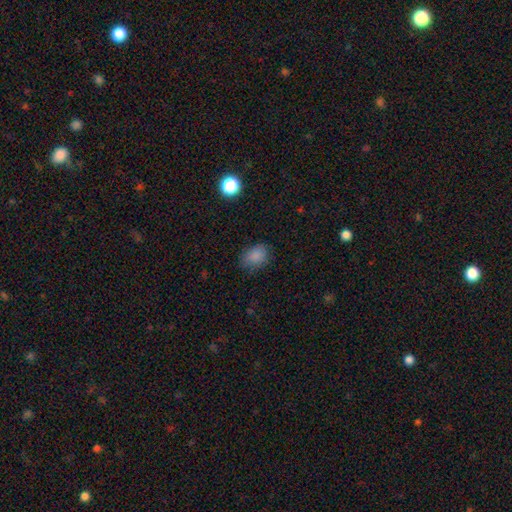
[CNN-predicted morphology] Smooth or featured?
  - smooth: 85% *
  - star or artifact: 10%
  - featured or disk: 5%
How rounded?
  - in between: 70% *
  - round: 29%
  - cigar-shaped: 1%
Merging?
  - none: 77% *
  - minor disturbance: 18%
  - major disturbance: 4%
  - merger: 1%